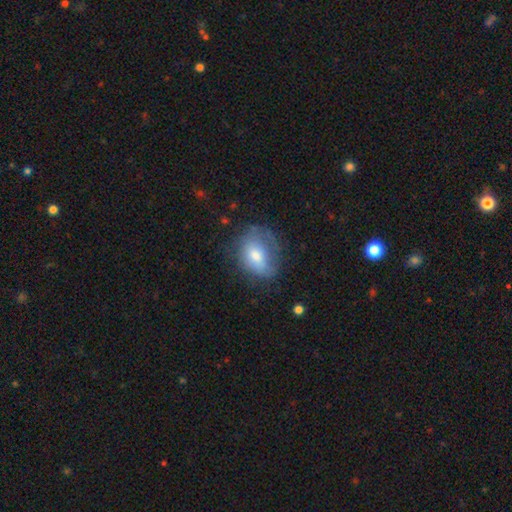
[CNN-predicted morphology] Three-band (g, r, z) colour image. It shows a smooth galaxy with no disk features (62%) that is in between round and cigar-shaped (65%). Merging: none (52%).